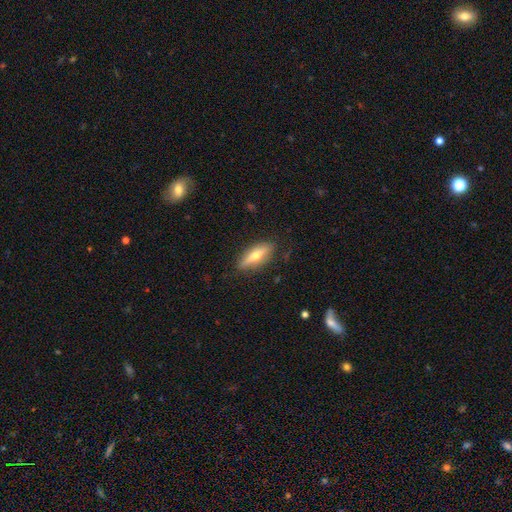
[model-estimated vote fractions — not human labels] Smooth or featured?
  - featured or disk: 53% *
  - smooth: 41%
  - star or artifact: 7%
Edge-on disk?
  - yes: 87% *
  - no: 13%
Merging?
  - none: 85% *
  - minor disturbance: 11%
  - major disturbance: 3%
  - merger: 1%